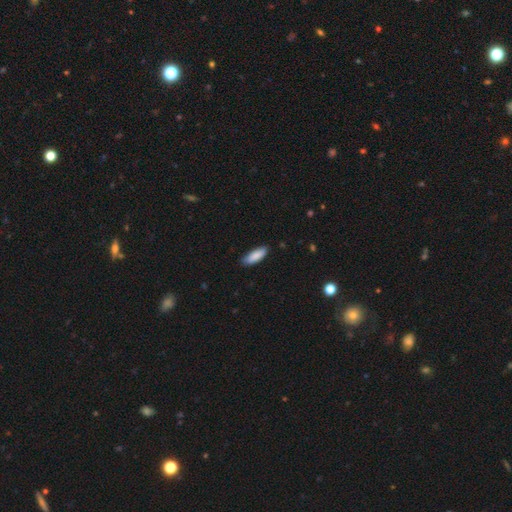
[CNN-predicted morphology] The model was most divided on "how rounded": in between: 63%, cigar-shaped: 35%, round: 1%. More confident: smooth or featured — smooth (88%); merging — none (82%).